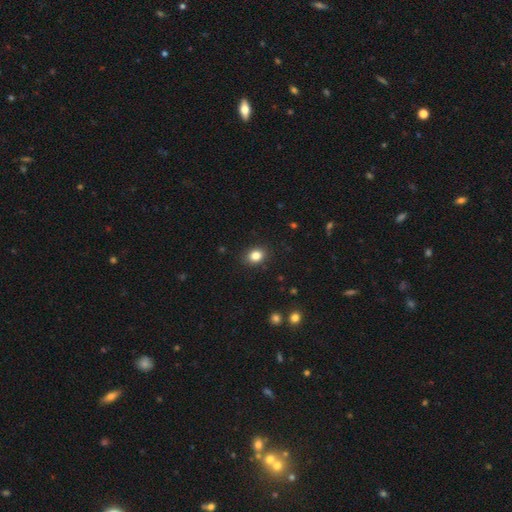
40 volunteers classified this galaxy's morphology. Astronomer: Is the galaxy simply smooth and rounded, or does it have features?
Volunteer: smooth — 82%.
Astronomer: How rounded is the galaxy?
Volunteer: round — 67%.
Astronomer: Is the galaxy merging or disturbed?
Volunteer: none — 86%.